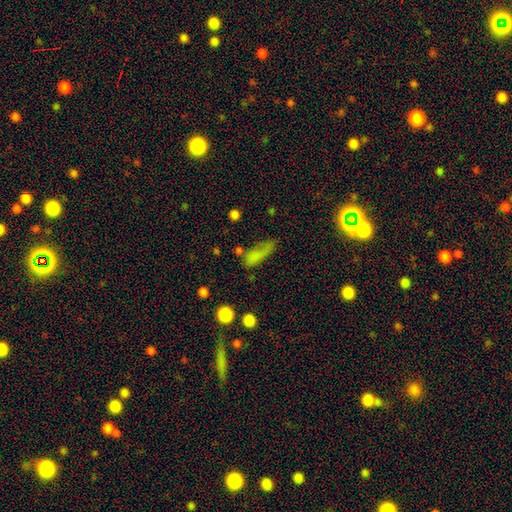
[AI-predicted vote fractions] Smooth or featured?
  - smooth: 72% *
  - star or artifact: 14%
  - featured or disk: 14%
How rounded?
  - in between: 60% *
  - cigar-shaped: 32%
  - round: 8%
Merging?
  - none: 39% *
  - minor disturbance: 26%
  - major disturbance: 24%
  - merger: 11%